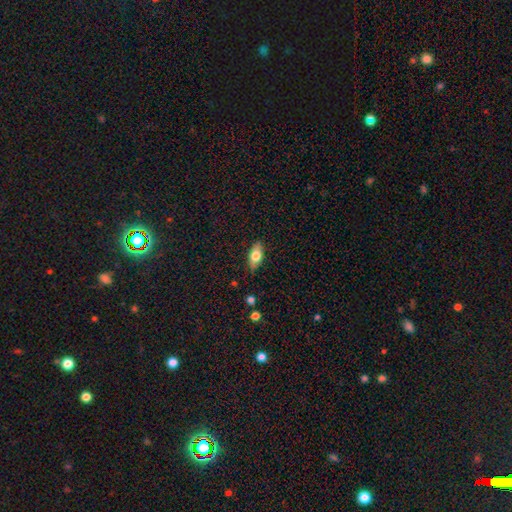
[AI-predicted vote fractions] Smooth or featured? smooth (68%)
How rounded? in between (83%)
Merging? none (85%)